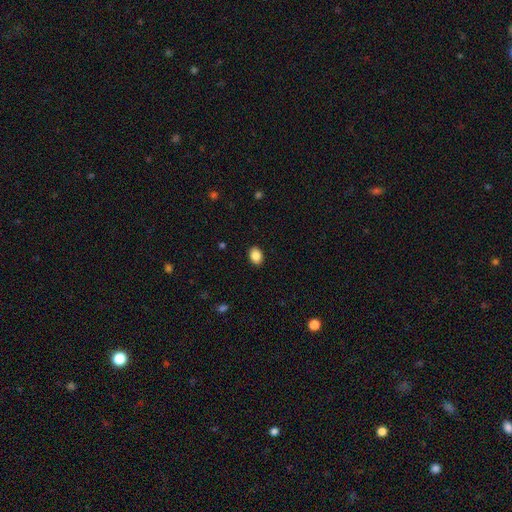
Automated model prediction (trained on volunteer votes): Morphology: type=smooth (88%); roundness=in between (73%); merging=none (90%).